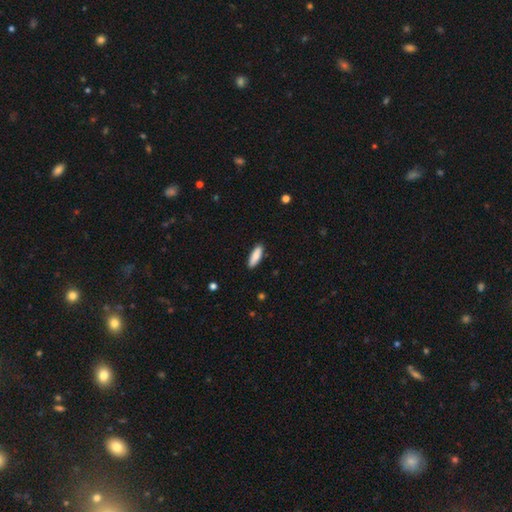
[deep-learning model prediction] Smooth or featured?
  - smooth: 87% *
  - featured or disk: 8%
  - star or artifact: 6%
How rounded?
  - cigar-shaped: 52% *
  - in between: 47%
  - round: 2%
Merging?
  - none: 89% *
  - minor disturbance: 9%
  - major disturbance: 2%
  - merger: 1%